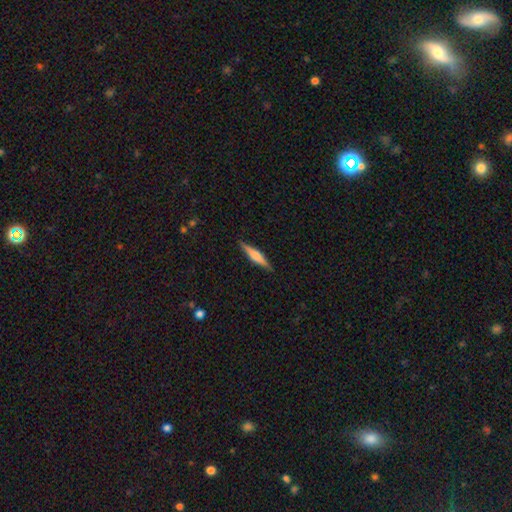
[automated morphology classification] smooth_or_featured: featured or disk (p=0.57) [alt: smooth p=0.37]
disk_edge_on: yes (p=0.97) [alt: no p=0.03]
edge_on_bulge: rounded (p=0.65) [alt: boxy p=0.25]
merging: none (p=0.90) [alt: minor disturbance p=0.07]